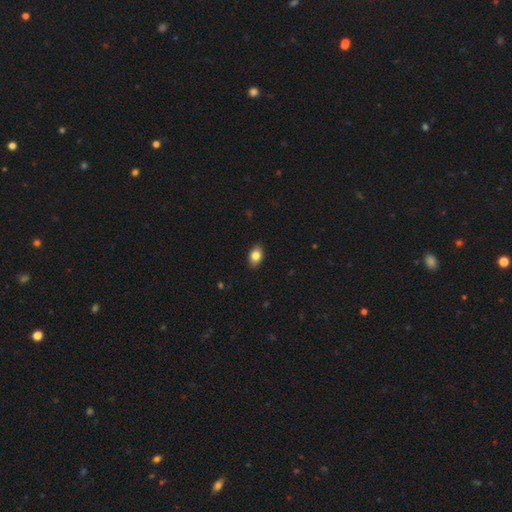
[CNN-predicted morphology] Smooth or featured: smooth — 82% (featured or disk — 10%)
How rounded: in between — 85% (round — 14%)
Merging: none — 88% (minor disturbance — 10%)